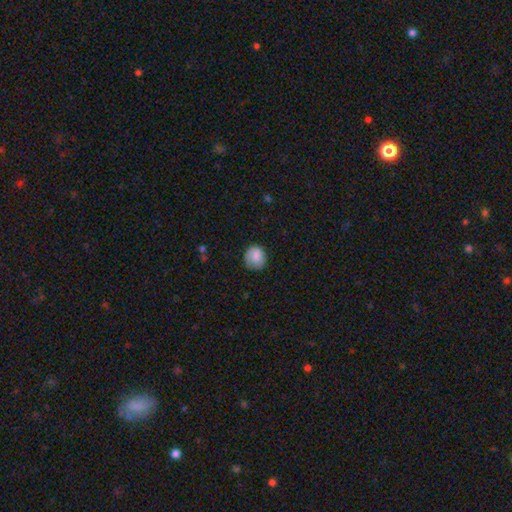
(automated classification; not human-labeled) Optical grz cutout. It shows a smooth galaxy with no disk features (83%) that is round (77%). Merging: none (70%).